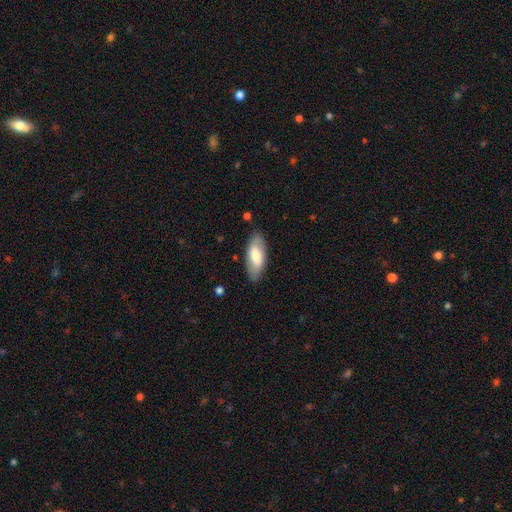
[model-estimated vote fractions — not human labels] Morphology: type=smooth (70%); roundness=in between (85%); merging=none (82%).